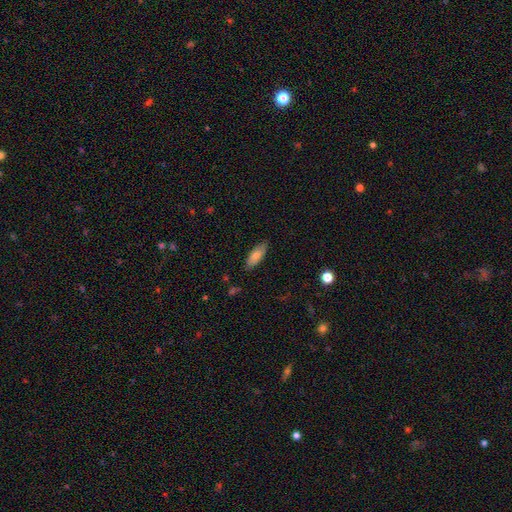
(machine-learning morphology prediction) Overall: smooth (75%). How rounded: in between (77%). Merging: none (85%).